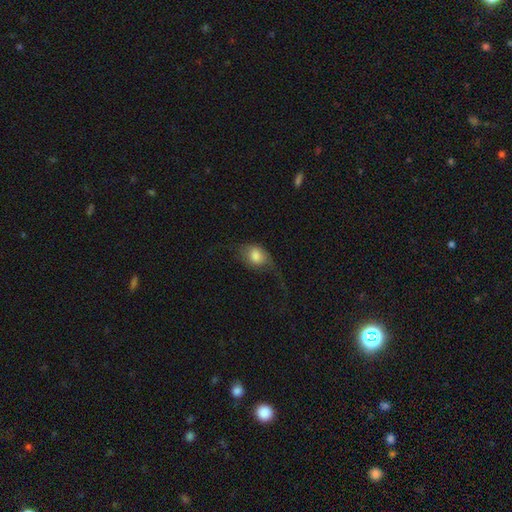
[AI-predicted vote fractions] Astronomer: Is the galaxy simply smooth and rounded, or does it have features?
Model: smooth — 72%.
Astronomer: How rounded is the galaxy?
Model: in between — 70%.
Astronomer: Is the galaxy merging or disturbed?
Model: major disturbance — 38% (runner-up: none, 33%).